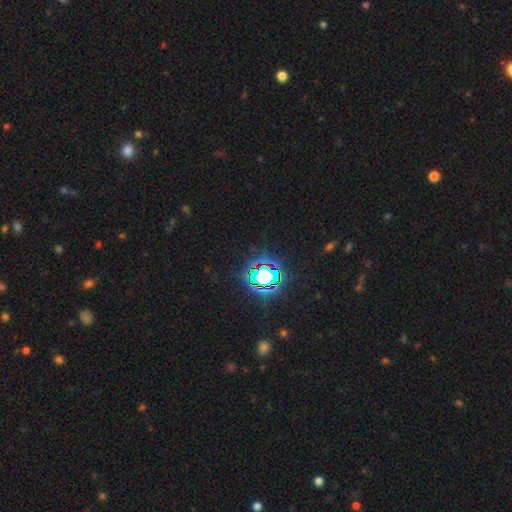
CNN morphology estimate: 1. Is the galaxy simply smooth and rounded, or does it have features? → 80% star or artifact, 13% smooth, 7% featured or disk.